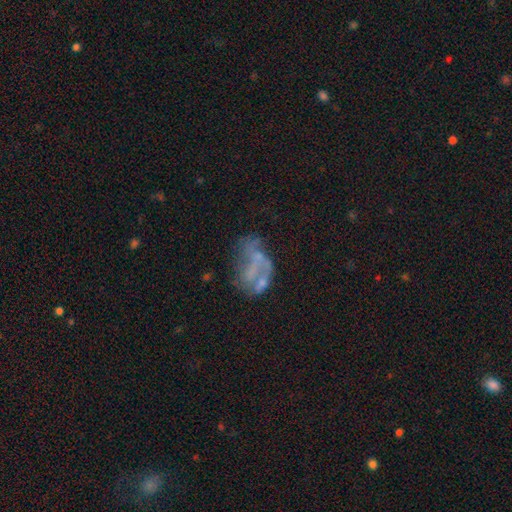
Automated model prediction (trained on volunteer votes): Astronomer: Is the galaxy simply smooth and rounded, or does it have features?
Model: featured or disk — 53% (runner-up: smooth, 32%).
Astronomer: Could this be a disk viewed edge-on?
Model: no — 98%.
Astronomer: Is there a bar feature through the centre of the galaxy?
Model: no — 77%.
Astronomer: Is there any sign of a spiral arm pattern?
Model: no — 77%.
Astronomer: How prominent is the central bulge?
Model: none — 65%.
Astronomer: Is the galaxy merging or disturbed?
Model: major disturbance — 36% (runner-up: merger, 25%).